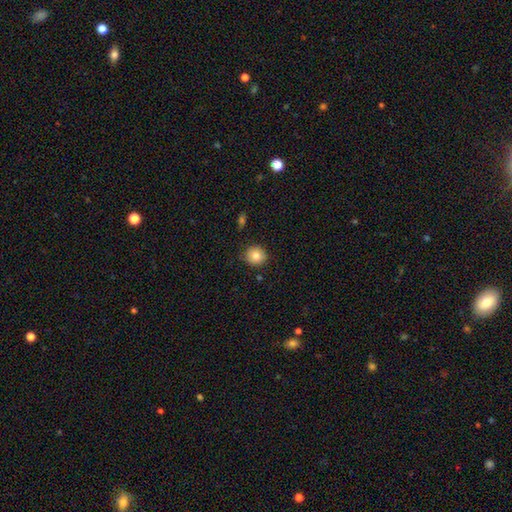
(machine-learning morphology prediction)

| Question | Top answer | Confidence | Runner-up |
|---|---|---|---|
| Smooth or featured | smooth | 82% | star or artifact (9%) |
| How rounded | round | 90% | in between (9%) |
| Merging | none | 88% | minor disturbance (9%) |